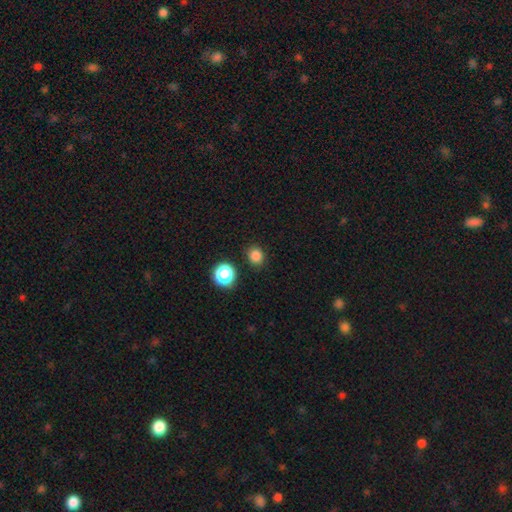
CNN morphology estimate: Smooth or featured? Predicted: smooth (p=0.82). How rounded? Predicted: round (p=0.78). Merging? Predicted: none (p=0.87).